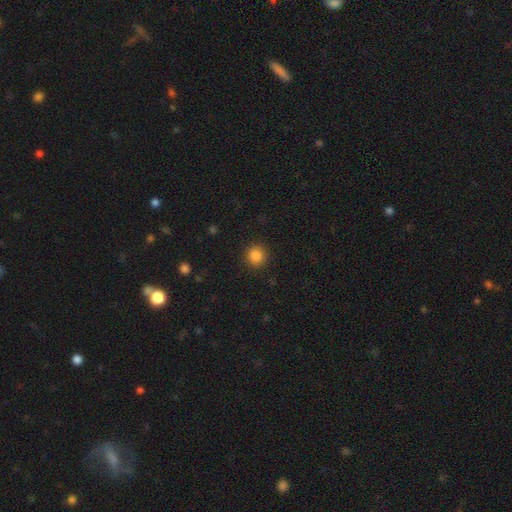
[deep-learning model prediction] Morphology: type=smooth (86%); roundness=round (93%); merging=none (92%).